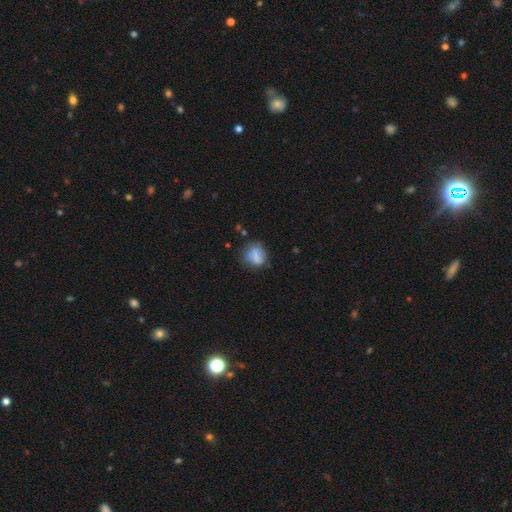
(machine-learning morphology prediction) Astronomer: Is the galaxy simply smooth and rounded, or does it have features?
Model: smooth — 69%.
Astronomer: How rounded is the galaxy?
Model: round — 59% (runner-up: in between, 39%).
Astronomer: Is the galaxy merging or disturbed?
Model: none — 51% (runner-up: minor disturbance, 28%).